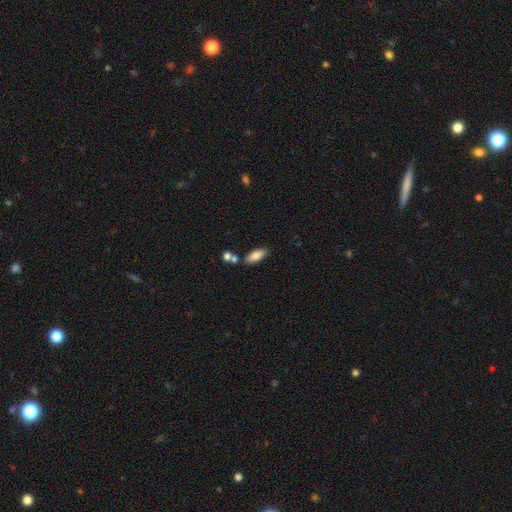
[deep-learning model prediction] The model was most divided on "how rounded": in between: 77%, cigar-shaped: 21%, round: 2%. More confident: smooth or featured — smooth (80%); merging — none (73%).